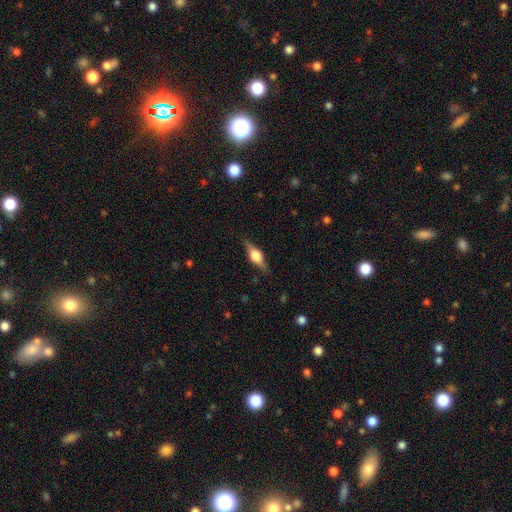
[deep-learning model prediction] Overall: featured or disk (68%). Edge-on disk: yes (96%). Edge-on bulge: rounded (91%). Merging: none (86%).